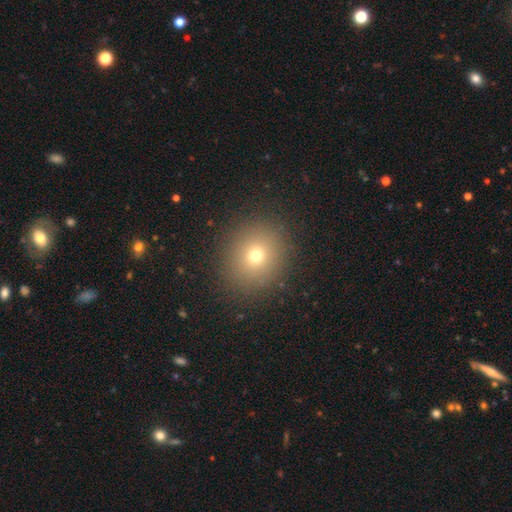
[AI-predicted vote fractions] This appears to be a smooth galaxy with no disk features (69%) that is round (83%). Merging: none (89%).